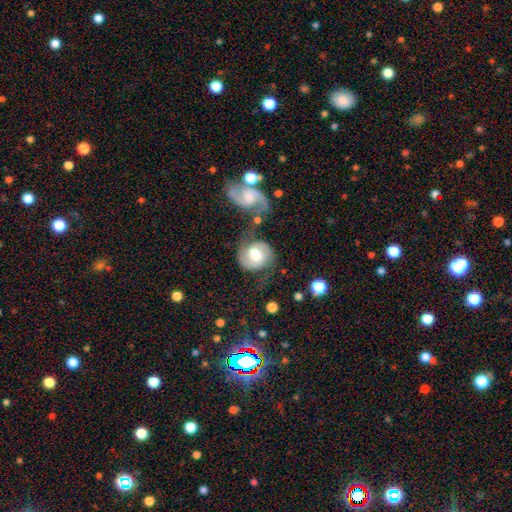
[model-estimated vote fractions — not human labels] Overall: featured or disk (74%). Edge-on disk: no (97%). Bar: weak (46%; no 39%). Spiral arms: yes (93%). Spiral arm count: 2 (88%). Spiral winding: medium (51%; tight 29%). Bulge size: moderate (57%; large 27%). Merging: none (49%; merger 23%).